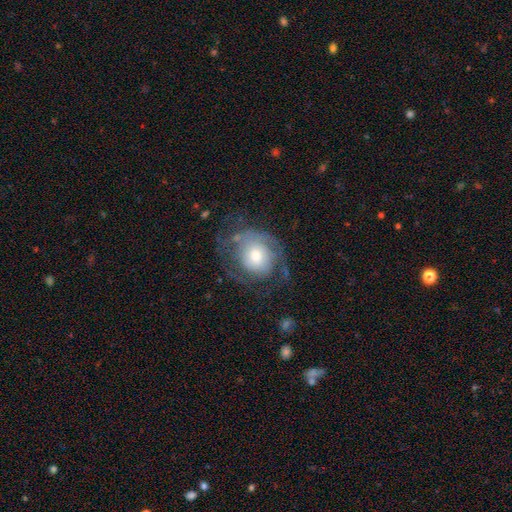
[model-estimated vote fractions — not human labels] A featured or disk galaxy (65%) with no bar (76%), 2 (40%) tight (48%) spiral arms (82%) and a moderate central bulge (60%). Merging: none (55%).